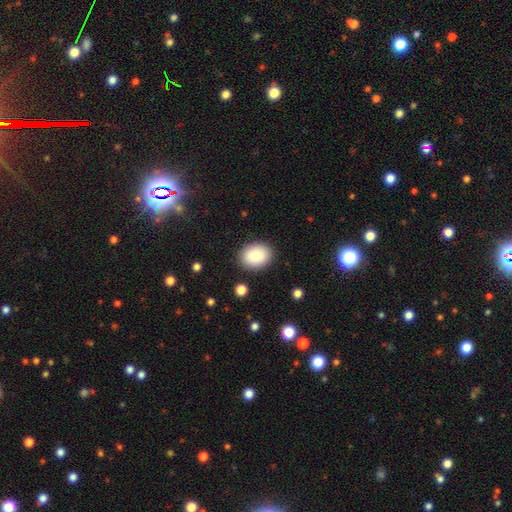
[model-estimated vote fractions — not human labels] Smooth or featured: smooth — 88% (star or artifact — 7%)
How rounded: in between — 66% (round — 33%)
Merging: none — 88% (minor disturbance — 8%)